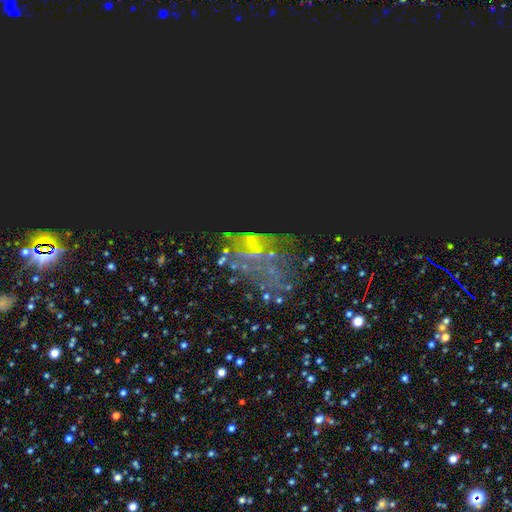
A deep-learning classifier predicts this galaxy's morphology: type=star or artifact (55%).